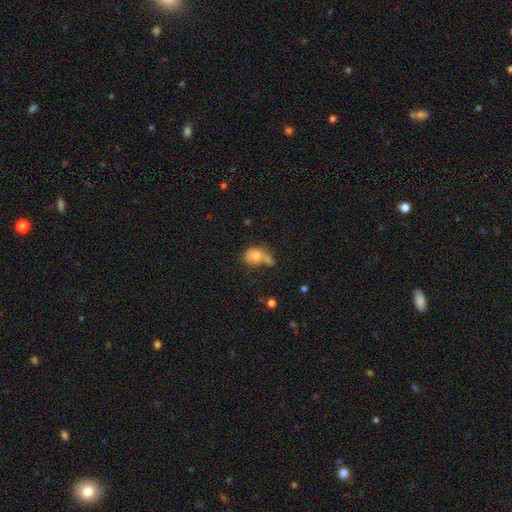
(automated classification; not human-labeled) A smooth galaxy with no disk features (74%) that is in between round and cigar-shaped (51%). Merging: merger (36%).